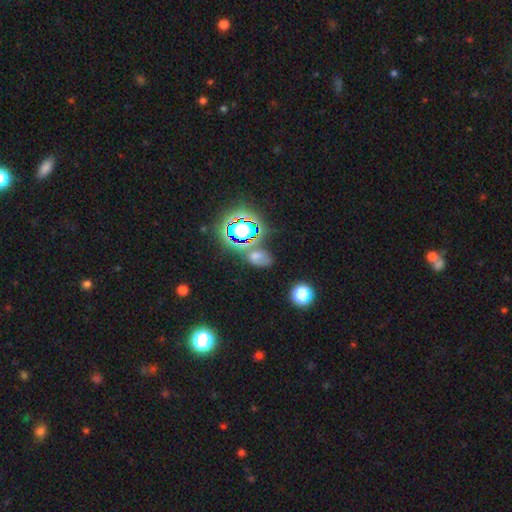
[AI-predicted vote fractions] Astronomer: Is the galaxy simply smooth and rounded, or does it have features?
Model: star or artifact — 46% (runner-up: smooth, 40%).